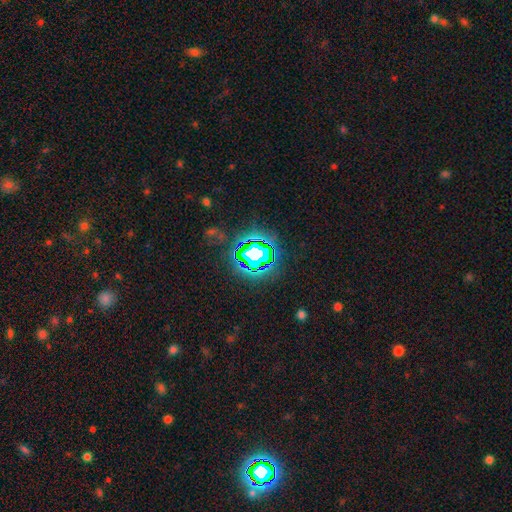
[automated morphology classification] smooth-or-featured: star or artifact: 75% | smooth: 14% | featured or disk: 11%